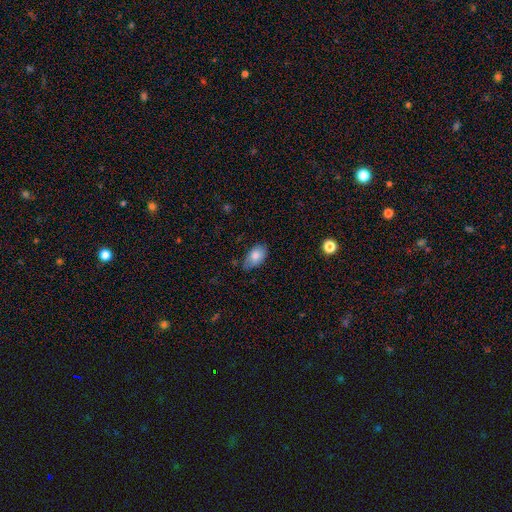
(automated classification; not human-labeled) Smooth or featured?
  - smooth: 80% *
  - featured or disk: 12%
  - star or artifact: 7%
How rounded?
  - in between: 91% *
  - round: 7%
  - cigar-shaped: 2%
Merging?
  - none: 67% *
  - minor disturbance: 27%
  - major disturbance: 4%
  - merger: 2%